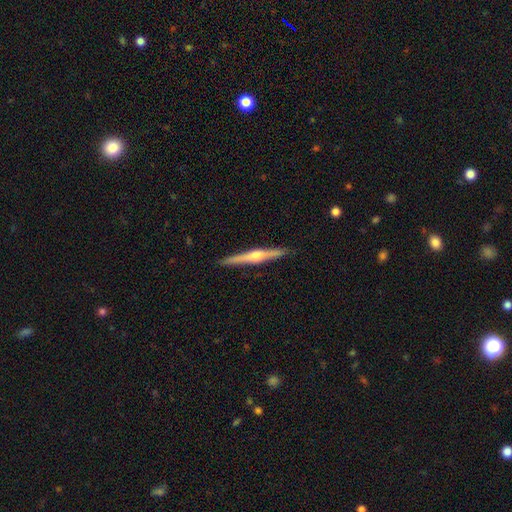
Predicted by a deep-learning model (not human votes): smooth_or_featured: featured or disk (p=0.75) [alt: smooth p=0.19]
disk_edge_on: yes (p=0.98) [alt: no p=0.02]
edge_on_bulge: rounded (p=0.88) [alt: boxy p=0.06]
merging: none (p=0.92) [alt: minor disturbance p=0.06]